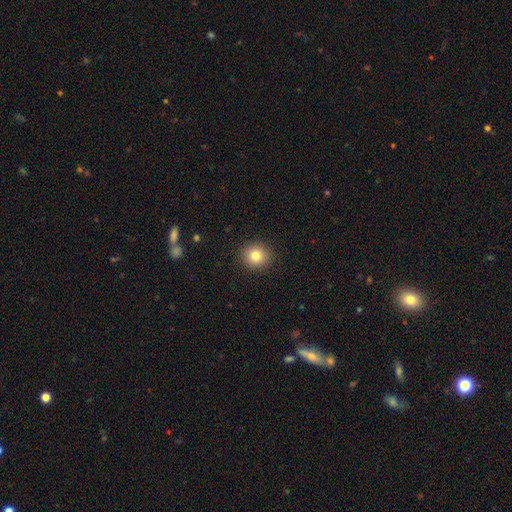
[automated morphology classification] Q: Smooth or featured?
A: smooth (82%); runner-up: star or artifact (11%)
Q: How rounded?
A: round (90%); runner-up: in between (9%)
Q: Merging?
A: none (91%); runner-up: minor disturbance (6%)